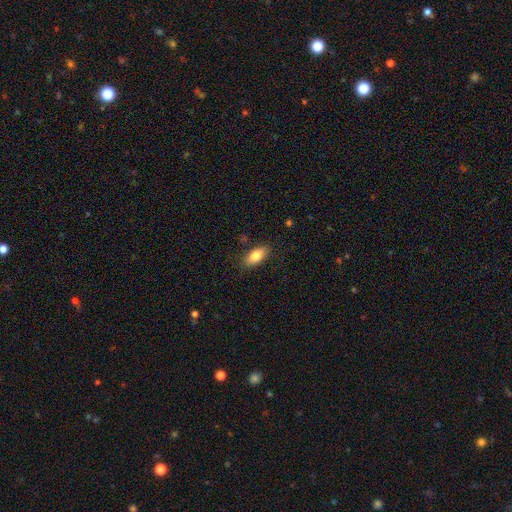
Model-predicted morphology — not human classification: Smooth or featured? smooth (80%)
How rounded? in between (85%)
Merging? none (84%)